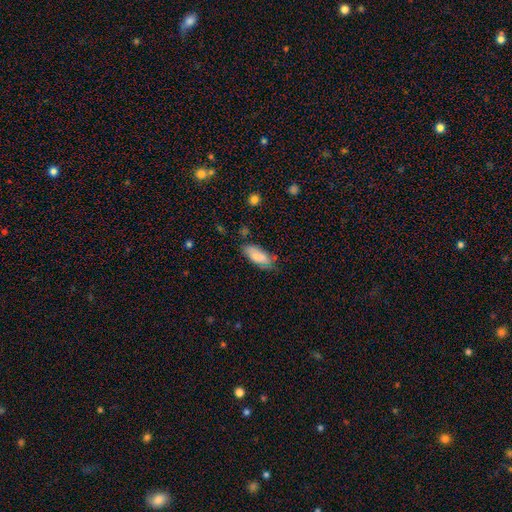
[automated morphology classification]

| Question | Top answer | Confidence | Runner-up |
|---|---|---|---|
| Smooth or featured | smooth | 79% | featured or disk (14%) |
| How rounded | in between | 80% | cigar-shaped (18%) |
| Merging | none | 60% | minor disturbance (29%) |